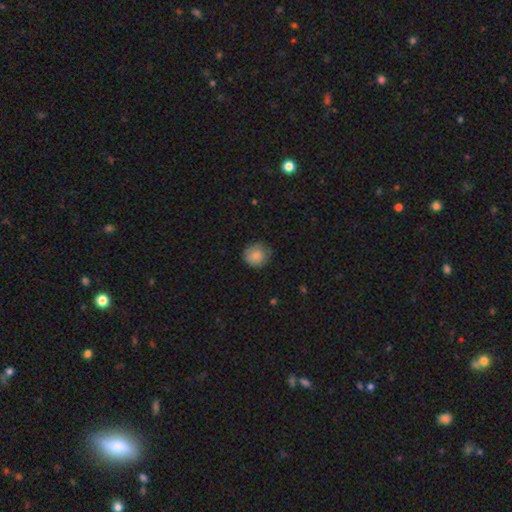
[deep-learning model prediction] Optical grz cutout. It shows a smooth galaxy with no disk features (85%) that is round (87%). Merging: none (75%).